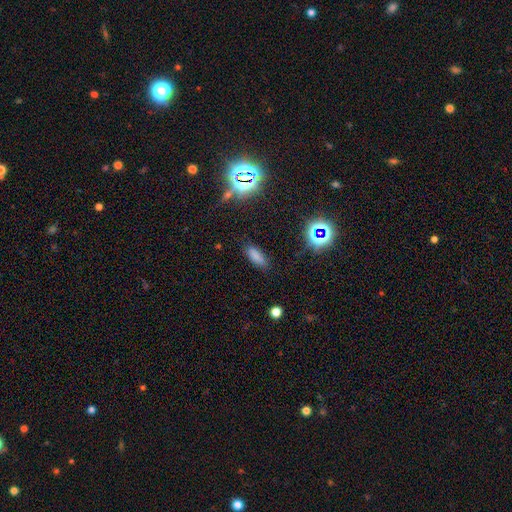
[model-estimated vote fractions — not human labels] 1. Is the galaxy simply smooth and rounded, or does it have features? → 76% smooth, 18% star or artifact, 6% featured or disk.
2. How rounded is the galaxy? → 76% in between, 21% cigar-shaped, 3% round.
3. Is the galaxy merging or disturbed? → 84% none, 11% minor disturbance, 3% major disturbance, 2% merger.